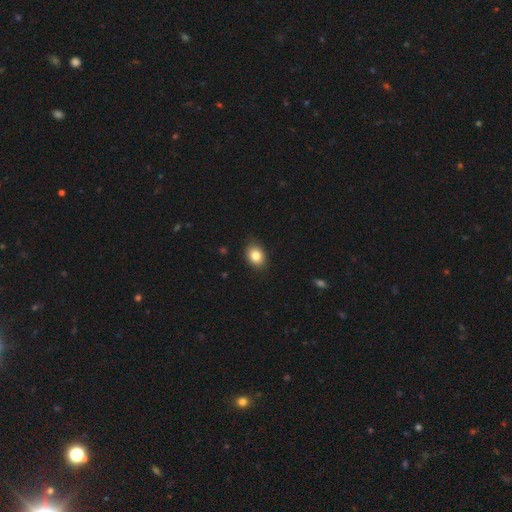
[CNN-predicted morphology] A smooth galaxy with no disk features (83%) that is in between round and cigar-shaped (61%).

Vote fractions:
- Smooth or featured? smooth: 83% / star or artifact: 9% / featured or disk: 7%
- How rounded? in between: 61% / round: 38% / cigar-shaped: 1%
- Merging? none: 86% / minor disturbance: 11% / major disturbance: 2% / merger: 1%